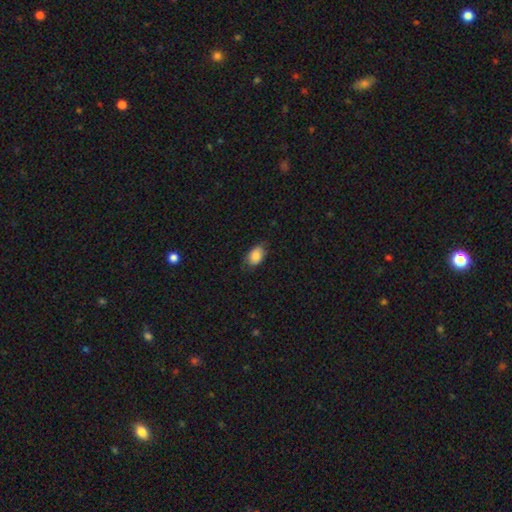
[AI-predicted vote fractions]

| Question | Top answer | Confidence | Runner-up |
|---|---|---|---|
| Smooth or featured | smooth | 85% | star or artifact (7%) |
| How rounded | in between | 86% | round (13%) |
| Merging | none | 75% | minor disturbance (20%) |